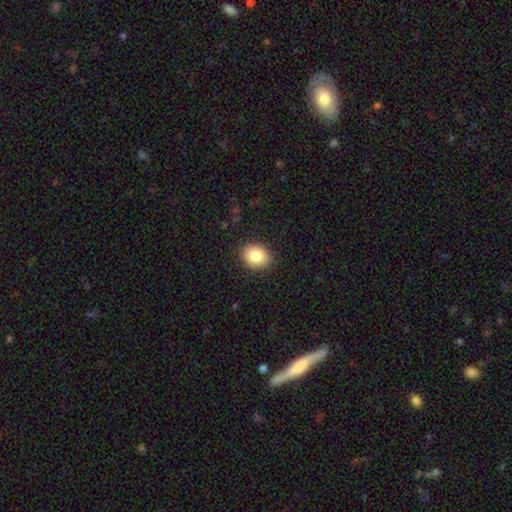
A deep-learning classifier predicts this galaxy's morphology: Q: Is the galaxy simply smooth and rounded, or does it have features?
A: smooth — 84%.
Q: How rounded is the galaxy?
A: round — 58%.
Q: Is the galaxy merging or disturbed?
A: none — 88%.